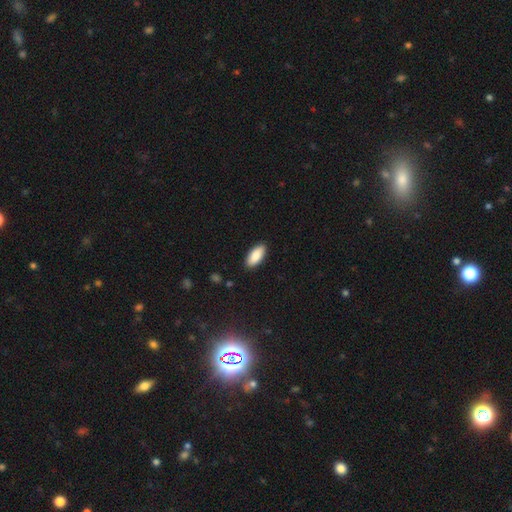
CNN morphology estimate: A smooth galaxy with no disk features (88%) that is in between round and cigar-shaped (87%). Merging: none (90%).